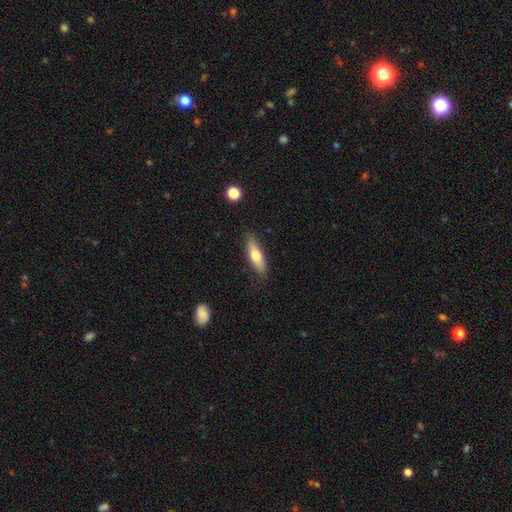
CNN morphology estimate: Smooth or featured? smooth (66%)
How rounded? cigar-shaped (55%)
Merging? none (84%)